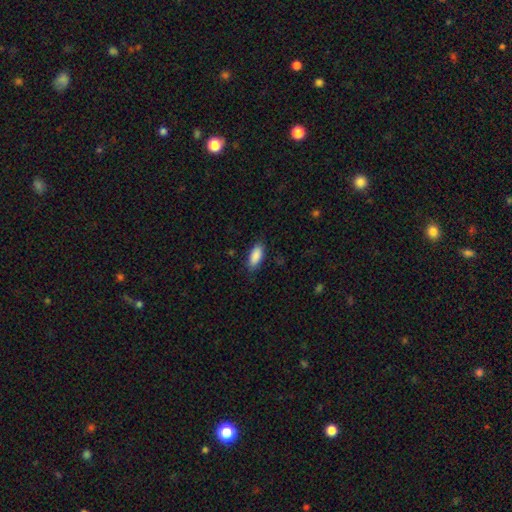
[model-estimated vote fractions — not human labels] Smooth or featured: smooth — 89% (star or artifact — 6%)
How rounded: in between — 84% (cigar-shaped — 15%)
Merging: none — 82% (minor disturbance — 13%)